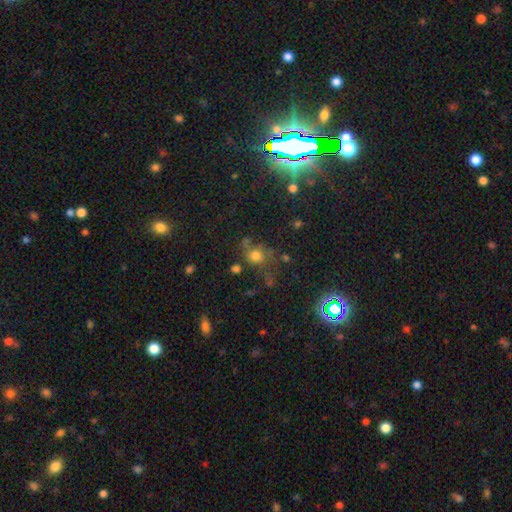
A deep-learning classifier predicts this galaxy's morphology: A smooth galaxy with no disk features (60%) that is round (71%). Merging: none (52%).